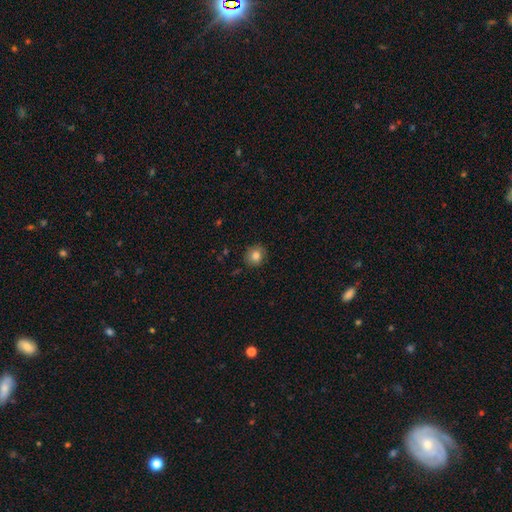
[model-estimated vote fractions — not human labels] The model was most divided on "how rounded": round: 85%, in between: 14%, cigar-shaped: 1%. More confident: merging — none (87%); smooth or featured — smooth (82%).